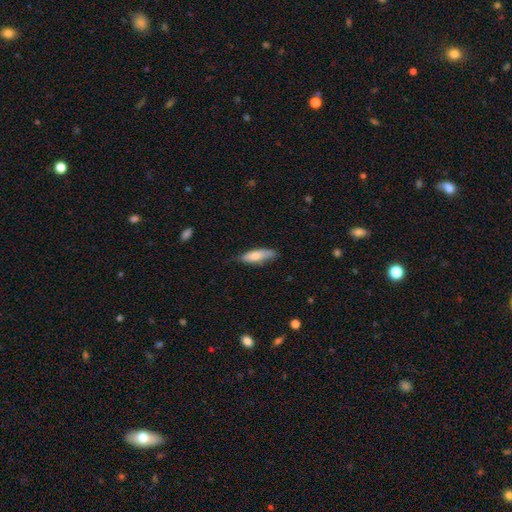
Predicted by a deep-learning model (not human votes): Smooth or featured? Predicted: smooth (p=0.74). How rounded? Predicted: cigar-shaped (p=0.51). Merging? Predicted: none (p=0.69).